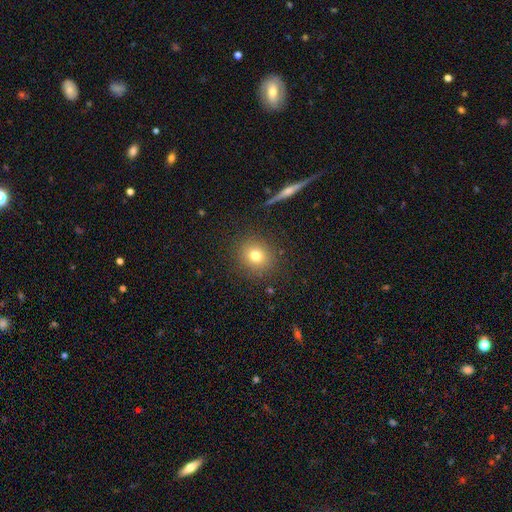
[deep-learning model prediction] Smooth or featured?
  - smooth: 76% *
  - star or artifact: 14%
  - featured or disk: 10%
How rounded?
  - round: 85% *
  - in between: 14%
  - cigar-shaped: 1%
Merging?
  - none: 88% *
  - minor disturbance: 7%
  - major disturbance: 3%
  - merger: 2%